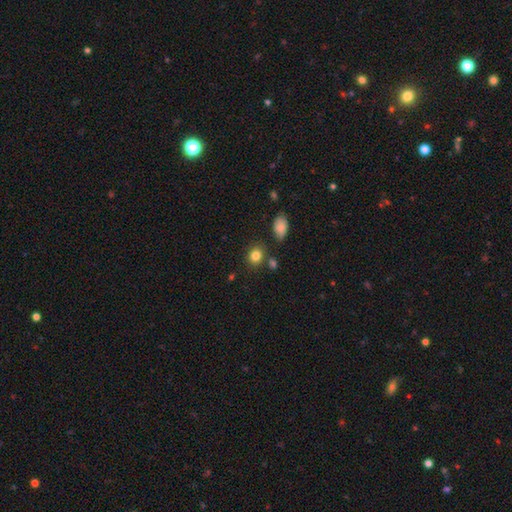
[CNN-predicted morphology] Q: Smooth or featured?
A: smooth (83%); runner-up: star or artifact (11%)
Q: How rounded?
A: round (60%); runner-up: in between (39%)
Q: Merging?
A: none (77%); runner-up: minor disturbance (12%)